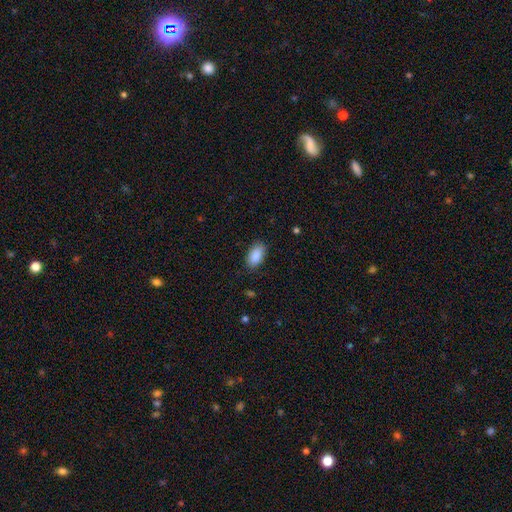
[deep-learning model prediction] Smooth or featured? Predicted: smooth (p=0.89). How rounded? Predicted: in between (p=0.93). Merging? Predicted: none (p=0.85).